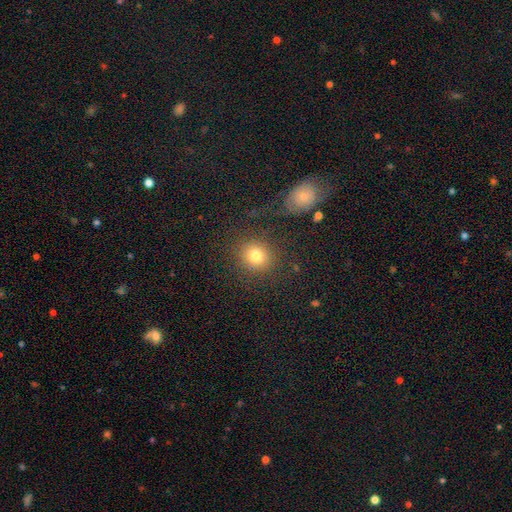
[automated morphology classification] This is likely a smooth galaxy (79%). How rounded: clearly round (85%). Merging: clearly none (84%).